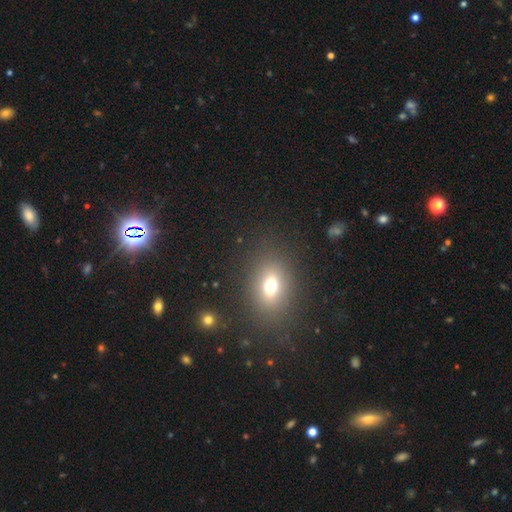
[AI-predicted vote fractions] A smooth galaxy with no disk features (62%) that is in between round and cigar-shaped (69%).

Vote fractions:
- Smooth or featured? smooth: 62% / star or artifact: 27% / featured or disk: 10%
- How rounded? in between: 69% / round: 28% / cigar-shaped: 3%
- Merging? none: 88% / minor disturbance: 7% / major disturbance: 3% / merger: 2%